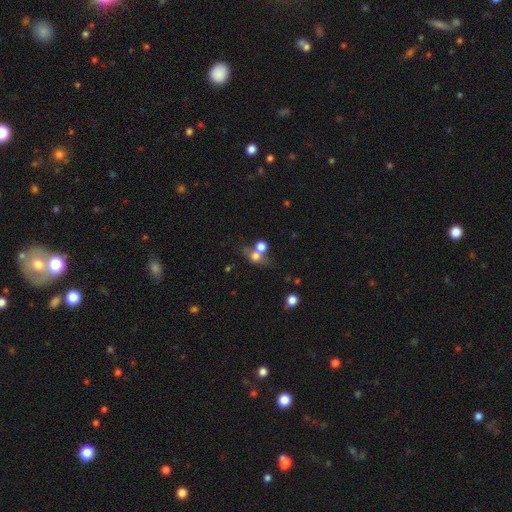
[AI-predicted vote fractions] The model was most divided on "merging": merger: 46%, none: 37%, minor disturbance: 10%, major disturbance: 7%. More confident: how rounded — round (67%); smooth or featured — smooth (65%).